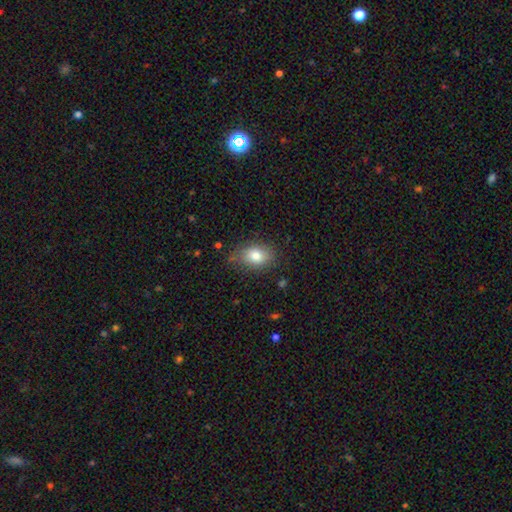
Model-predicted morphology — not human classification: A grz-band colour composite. It shows a smooth galaxy with no disk features (80%) that is in between round and cigar-shaped (77%). Merging: none (71%).